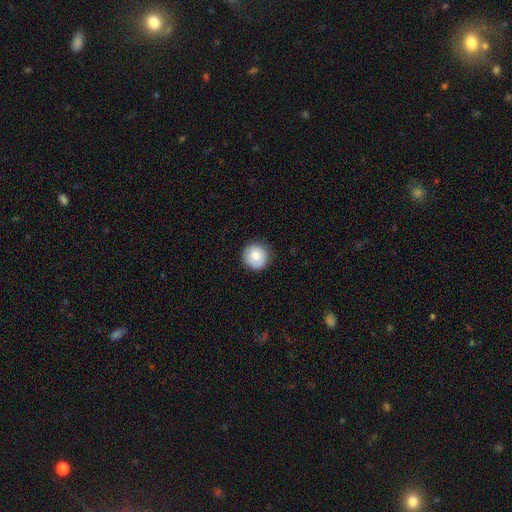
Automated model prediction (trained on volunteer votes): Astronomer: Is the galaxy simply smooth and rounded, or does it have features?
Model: smooth — 78%.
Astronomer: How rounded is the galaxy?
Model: round — 95%.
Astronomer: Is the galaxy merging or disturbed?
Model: none — 88%.